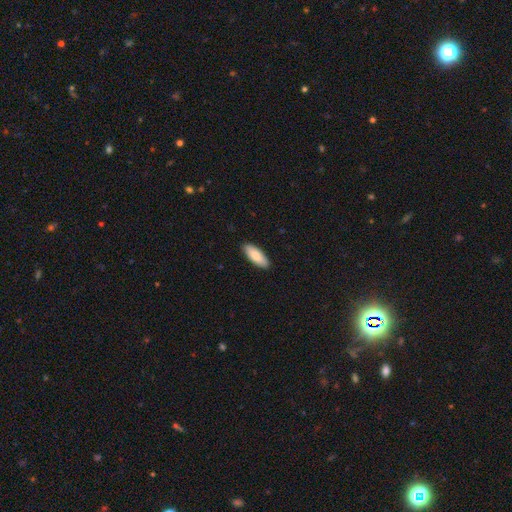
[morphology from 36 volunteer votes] smooth_or_featured: smooth (p=0.81) [alt: featured or disk p=0.14]
how_rounded: in between (p=0.76) [alt: cigar-shaped p=0.21]
merging: none (p=0.88) [alt: minor disturbance p=0.12]